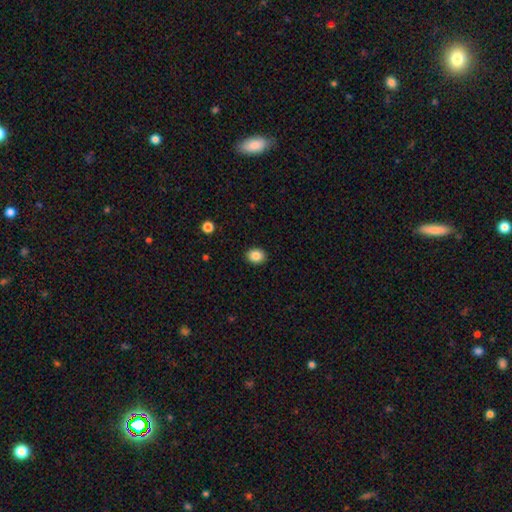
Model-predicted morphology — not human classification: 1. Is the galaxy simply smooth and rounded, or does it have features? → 86% smooth, 9% star or artifact, 5% featured or disk.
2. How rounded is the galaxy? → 52% round, 47% in between, 1% cigar-shaped.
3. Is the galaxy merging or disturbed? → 91% none, 6% minor disturbance, 2% major disturbance, 1% merger.